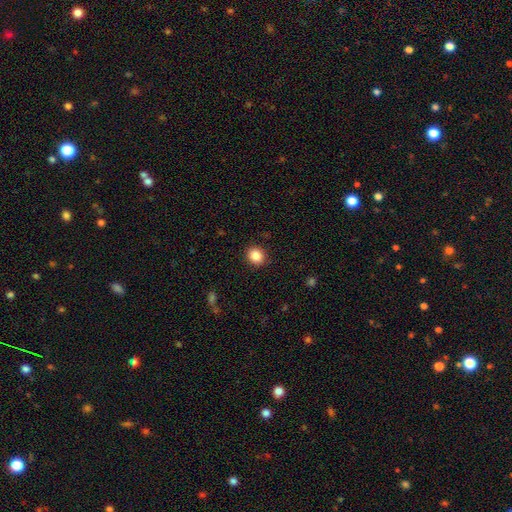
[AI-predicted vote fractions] Smooth or featured: smooth — 87% (star or artifact — 9%)
How rounded: round — 74% (in between — 25%)
Merging: none — 90% (minor disturbance — 7%)